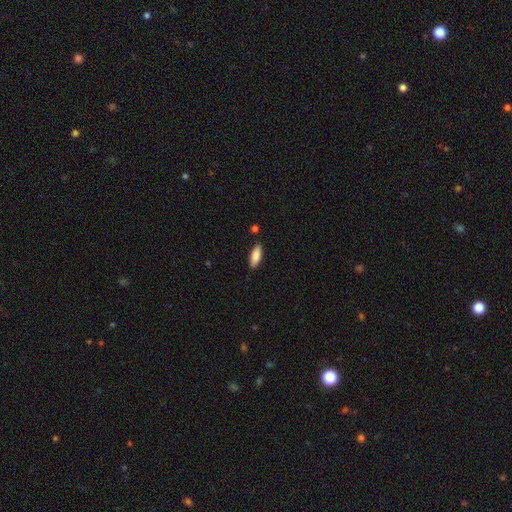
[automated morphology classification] The model was most divided on "how rounded": in between: 74%, cigar-shaped: 24%, round: 2%. More confident: merging — none (86%); smooth or featured — smooth (85%).